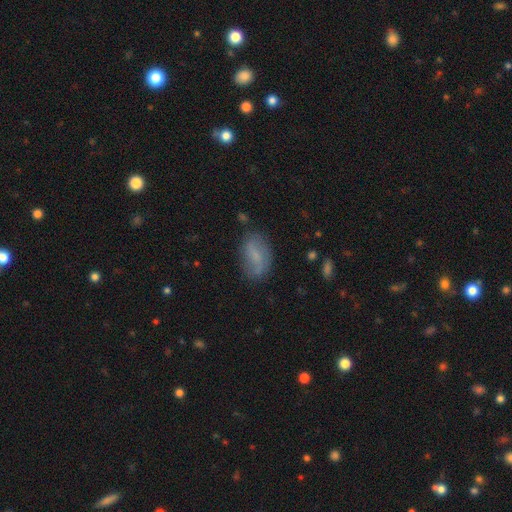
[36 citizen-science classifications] Smooth or featured: smooth — 50% (featured or disk — 47%)
How rounded: in between — 78% (cigar-shaped — 17%)
Merging: none — 54% (minor disturbance — 29%)